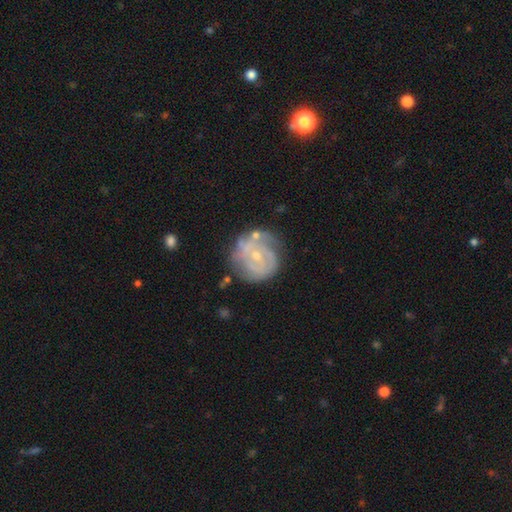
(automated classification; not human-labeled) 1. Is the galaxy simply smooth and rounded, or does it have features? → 76% featured or disk, 17% smooth, 7% star or artifact.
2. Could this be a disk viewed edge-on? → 98% no, 2% yes.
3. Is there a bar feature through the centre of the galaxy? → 62% no, 32% weak, 7% strong.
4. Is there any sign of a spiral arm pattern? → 83% yes, 17% no.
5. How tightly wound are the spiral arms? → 65% tight, 26% medium, 9% loose.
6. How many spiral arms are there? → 40% can't tell, 32% 2, 13% 3, 6% 1, 5% 4, 4% more than 4.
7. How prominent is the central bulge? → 65% small, 30% moderate, 2% none, 1% large, 1% dominant.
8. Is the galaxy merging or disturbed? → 63% none, 22% minor disturbance, 10% major disturbance, 6% merger.